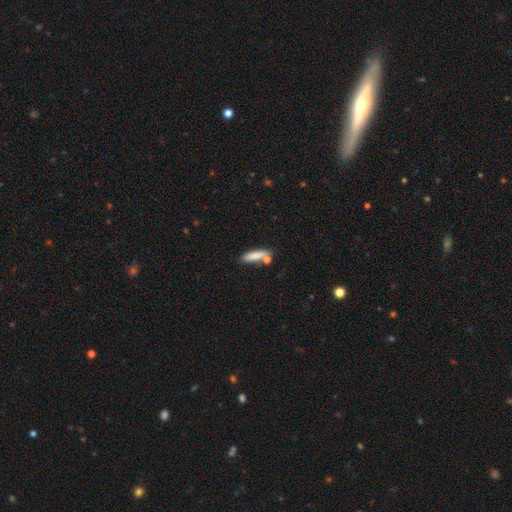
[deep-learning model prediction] smooth 82%, featured or disk 11%, star or artifact 7%. Down the decision tree: how rounded — cigar-shaped (70%); merging — none (68%).